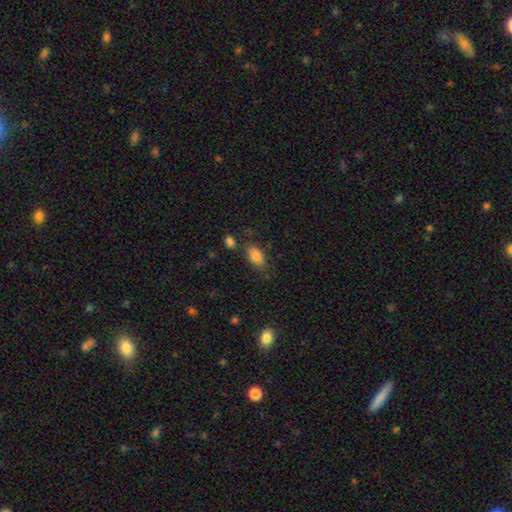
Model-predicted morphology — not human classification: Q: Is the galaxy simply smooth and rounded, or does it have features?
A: smooth — 84%.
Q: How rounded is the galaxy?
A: in between — 89%.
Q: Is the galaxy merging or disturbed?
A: none — 72%.